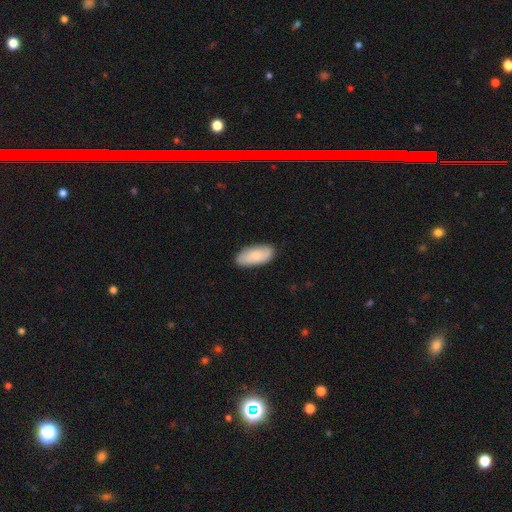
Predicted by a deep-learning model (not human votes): The model was most divided on "smooth or featured": smooth: 82%, featured or disk: 12%, star or artifact: 6%. More confident: how rounded — in between (90%); merging — none (85%).